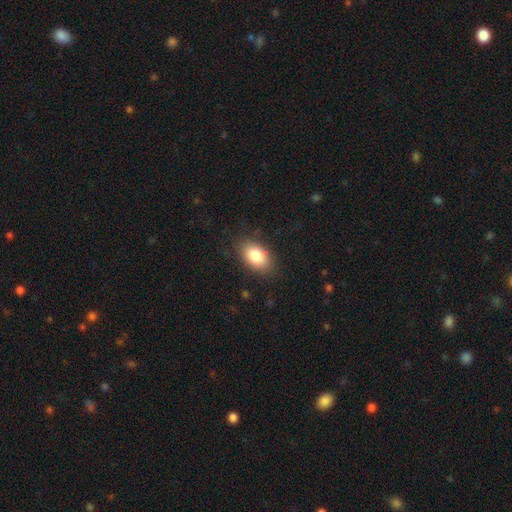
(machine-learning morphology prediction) This is clearly a smooth galaxy (84%). How rounded: clearly in between (91%). Merging: clearly none (84%).